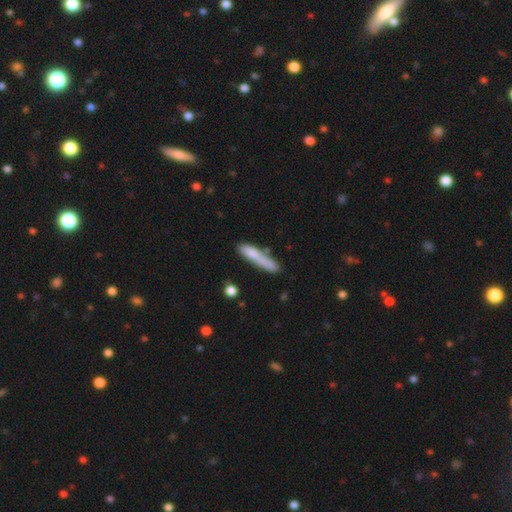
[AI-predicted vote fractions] smooth_or_featured: smooth (p=0.73) [alt: featured or disk p=0.20]
how_rounded: cigar-shaped (p=0.89) [alt: in between p=0.09]
merging: none (p=0.59) [alt: minor disturbance p=0.22]